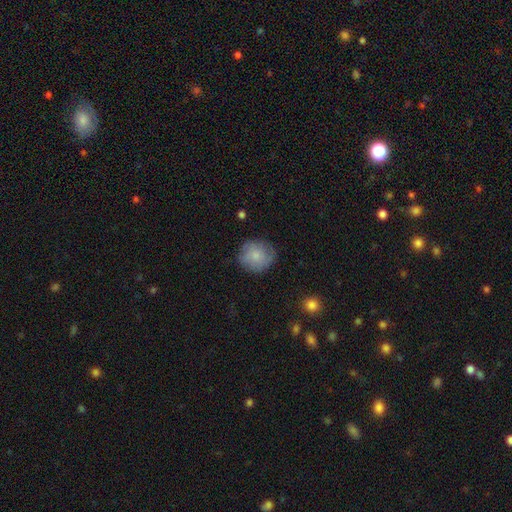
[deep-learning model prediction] The model was most divided on "smooth or featured": smooth: 73%, featured or disk: 20%, star or artifact: 7%. More confident: how rounded — round (88%); merging — none (74%).